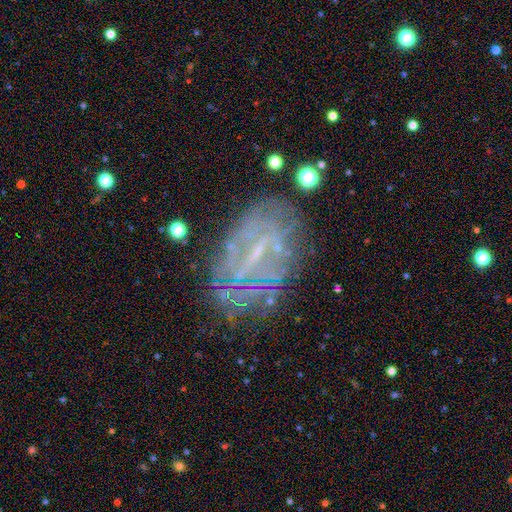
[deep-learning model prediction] The model was most divided on "bar": weak: 44%, strong: 28%, no: 28%. More confident: edge-on disk — no (96%); merging — none (70%); smooth or featured — featured or disk (68%); spiral arms — yes (64%); bulge size — small (51%).